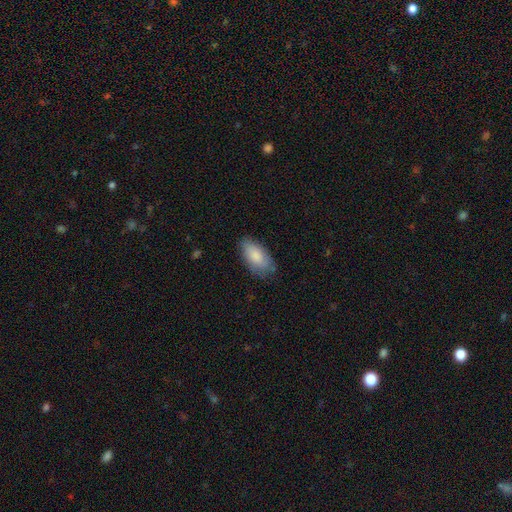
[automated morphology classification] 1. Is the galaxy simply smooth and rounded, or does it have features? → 83% smooth, 11% featured or disk, 6% star or artifact.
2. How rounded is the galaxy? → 93% in between, 5% cigar-shaped, 2% round.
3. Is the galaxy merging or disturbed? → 72% none, 22% minor disturbance, 5% major disturbance, 1% merger.